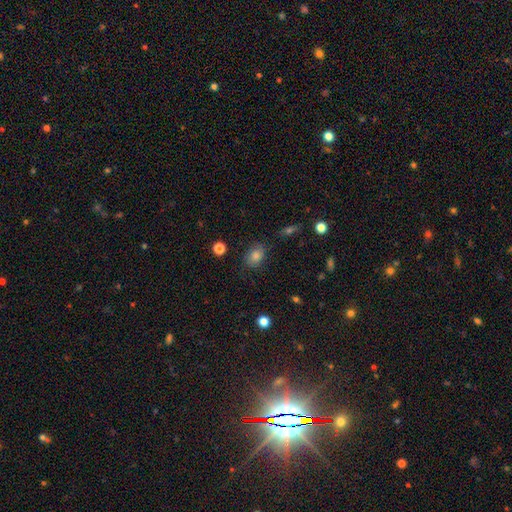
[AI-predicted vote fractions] Smooth or featured?
  - smooth: 73% *
  - star or artifact: 15%
  - featured or disk: 12%
How rounded?
  - in between: 65% *
  - round: 34%
  - cigar-shaped: 1%
Merging?
  - none: 78% *
  - minor disturbance: 16%
  - major disturbance: 5%
  - merger: 2%